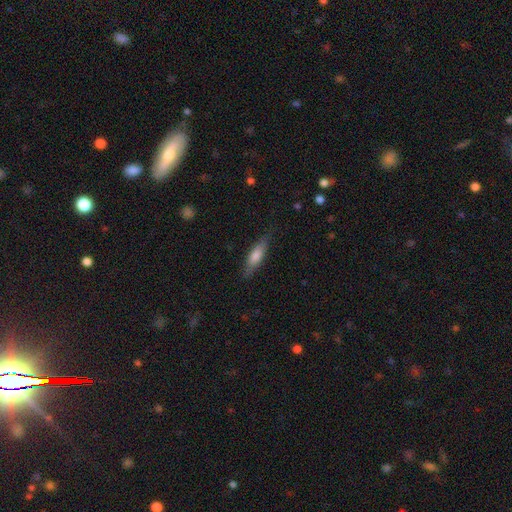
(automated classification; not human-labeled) Smooth or featured? smooth (65%)
How rounded? cigar-shaped (63%)
Merging? none (79%)